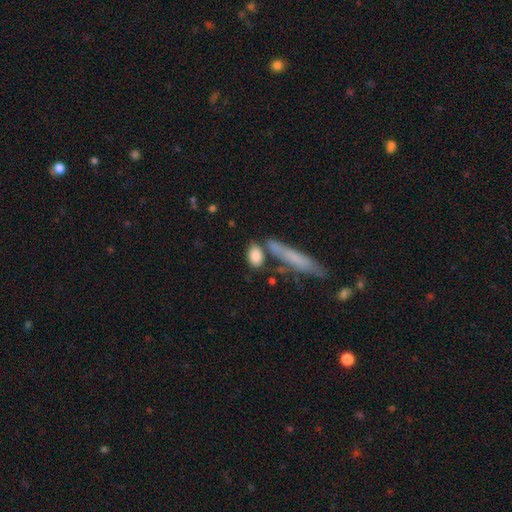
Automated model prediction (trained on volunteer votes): A smooth galaxy with no disk features (84%) that is in between round and cigar-shaped (75%). Merging: none (62%).